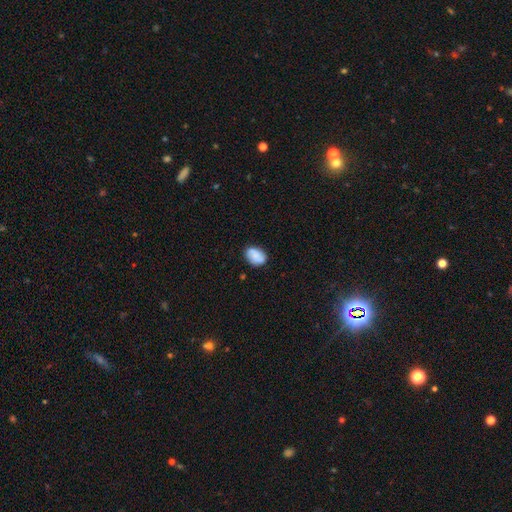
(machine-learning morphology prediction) A smooth galaxy with no disk features (80%) that is in between round and cigar-shaped (76%). Merging: none (77%).